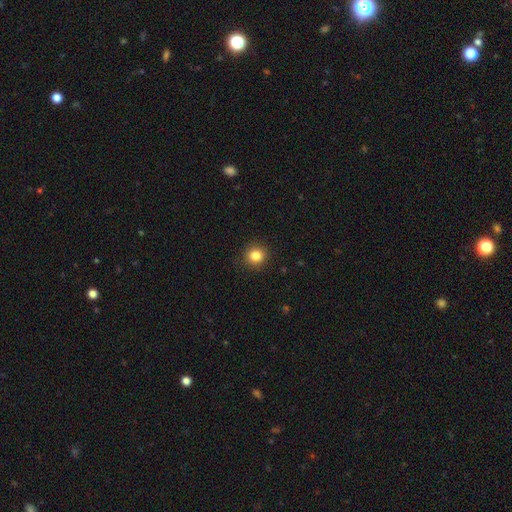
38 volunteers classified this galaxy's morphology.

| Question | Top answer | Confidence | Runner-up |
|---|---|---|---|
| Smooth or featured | smooth | 87% | star or artifact (8%) |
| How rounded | round | 94% | in between (6%) |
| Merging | none | 91% | minor disturbance (6%) |